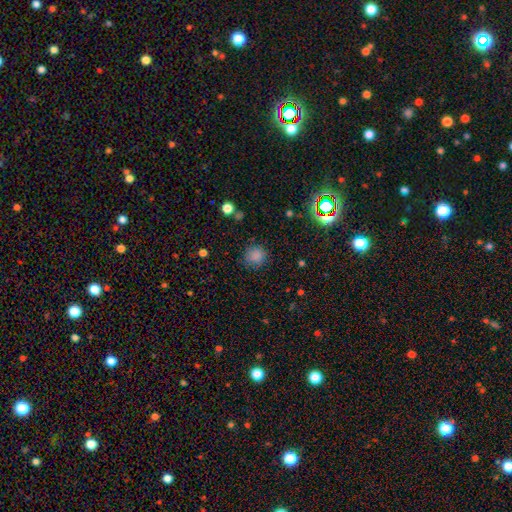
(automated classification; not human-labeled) A smooth galaxy with no disk features (82%) that is round (89%).

Vote fractions:
- Smooth or featured? smooth: 82% / star or artifact: 13% / featured or disk: 4%
- How rounded? round: 89% / in between: 10% / cigar-shaped: 1%
- Merging? none: 83% / minor disturbance: 11% / major disturbance: 4% / merger: 2%